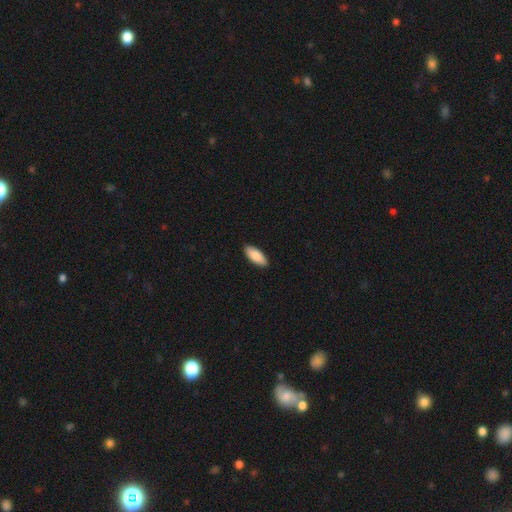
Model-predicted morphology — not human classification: Overall: smooth (88%). How rounded: in between (83%). Merging: none (90%).